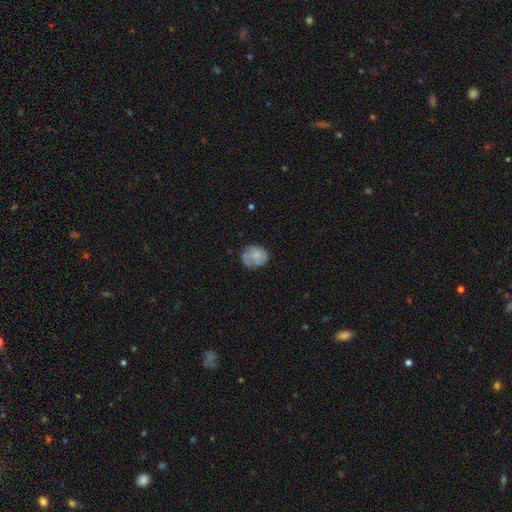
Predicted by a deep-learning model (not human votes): Smooth or featured? smooth (63%)
How rounded? round (62%)
Merging? none (61%)